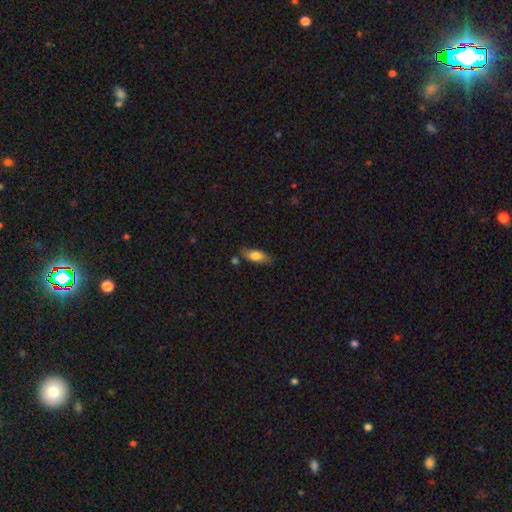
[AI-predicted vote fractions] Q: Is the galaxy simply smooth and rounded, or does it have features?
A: smooth — 74%.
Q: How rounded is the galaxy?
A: in between — 73%.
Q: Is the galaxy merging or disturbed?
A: none — 69%.